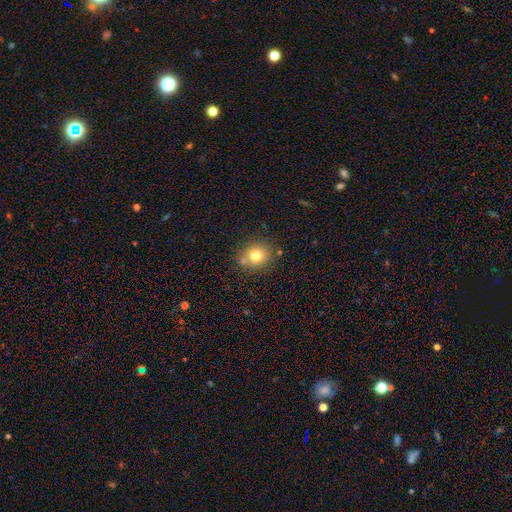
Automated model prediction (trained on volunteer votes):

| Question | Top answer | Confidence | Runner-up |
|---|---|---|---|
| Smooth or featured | smooth | 76% | star or artifact (12%) |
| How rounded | round | 75% | in between (24%) |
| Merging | none | 74% | minor disturbance (13%) |